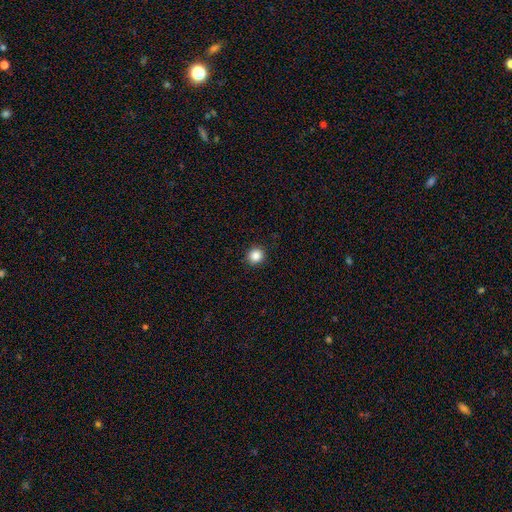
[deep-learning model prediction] The model was most divided on "smooth or featured": smooth: 86%, star or artifact: 10%, featured or disk: 4%. More confident: merging — none (92%); how rounded — round (90%).